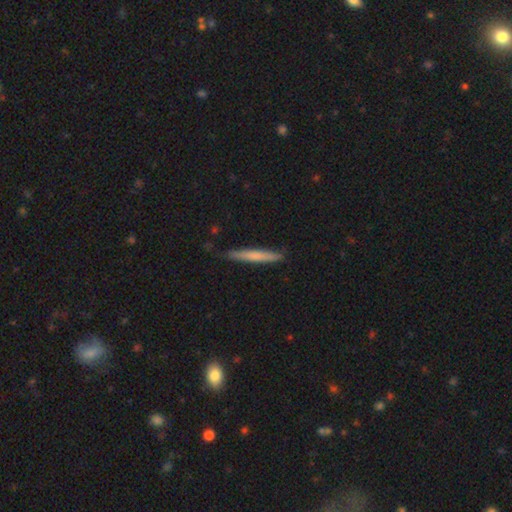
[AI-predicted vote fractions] Smooth or featured? Predicted: smooth (p=0.67). How rounded? Predicted: cigar-shaped (p=0.96). Merging? Predicted: none (p=0.85).